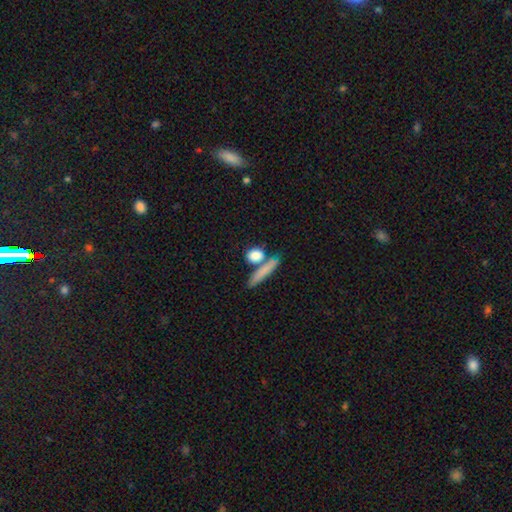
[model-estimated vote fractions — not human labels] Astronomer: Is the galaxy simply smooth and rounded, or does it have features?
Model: smooth — 81%.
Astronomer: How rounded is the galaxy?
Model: round — 40% (runner-up: in between, 32%).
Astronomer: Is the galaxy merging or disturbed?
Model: none — 62%.